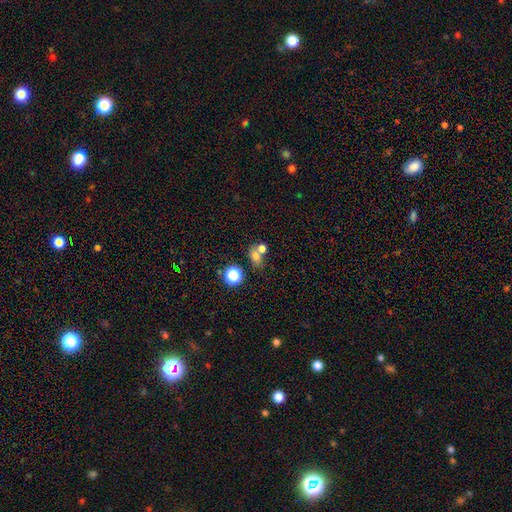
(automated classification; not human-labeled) Smooth or featured: smooth — 68% (star or artifact — 21%)
How rounded: round — 50% (in between — 48%)
Merging: none — 46% (merger — 40%)